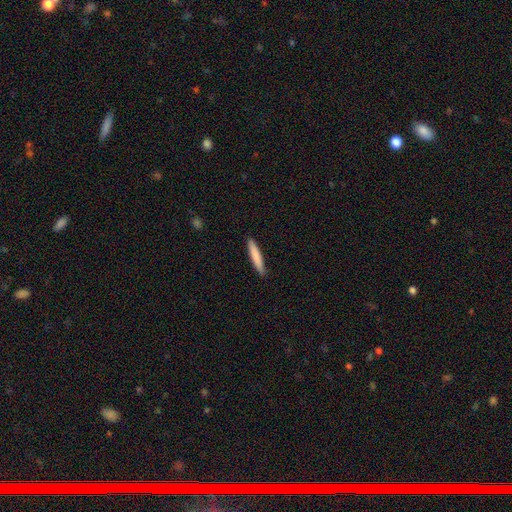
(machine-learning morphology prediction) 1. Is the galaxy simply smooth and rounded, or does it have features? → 82% smooth, 13% featured or disk, 5% star or artifact.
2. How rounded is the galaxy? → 93% cigar-shaped, 6% in between, 1% round.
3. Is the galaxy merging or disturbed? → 90% none, 7% minor disturbance, 1% major disturbance, 1% merger.